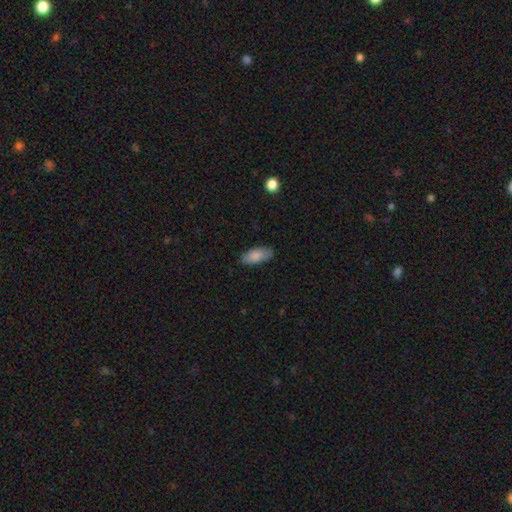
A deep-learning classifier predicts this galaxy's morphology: A smooth galaxy with no disk features (84%) that is in between round and cigar-shaped (88%).

Vote fractions:
- Smooth or featured? smooth: 84% / featured or disk: 10% / star or artifact: 6%
- How rounded? in between: 88% / cigar-shaped: 10% / round: 2%
- Merging? none: 84% / minor disturbance: 13% / major disturbance: 2% / merger: 1%